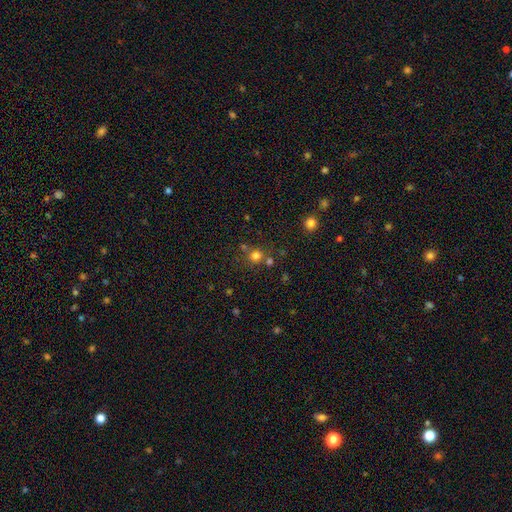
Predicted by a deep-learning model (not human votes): Overall: smooth (74%). How rounded: round (89%). Merging: none (68%).